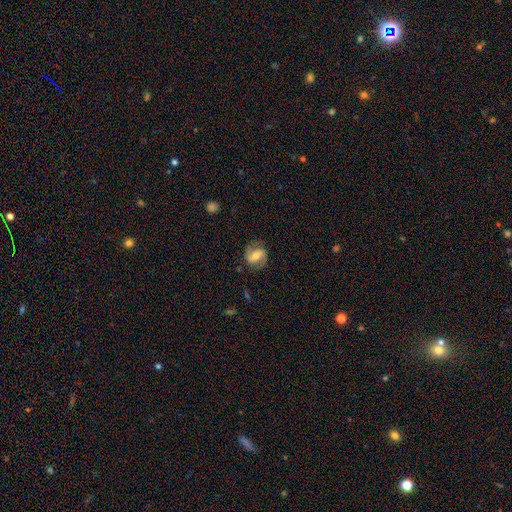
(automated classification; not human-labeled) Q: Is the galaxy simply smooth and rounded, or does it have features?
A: featured or disk — 77%.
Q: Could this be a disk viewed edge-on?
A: no — 97%.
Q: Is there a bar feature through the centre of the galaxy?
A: strong — 41%.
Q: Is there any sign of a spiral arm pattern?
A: yes — 92%.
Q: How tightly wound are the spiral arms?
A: medium — 51%.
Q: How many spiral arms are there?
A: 2 — 91%.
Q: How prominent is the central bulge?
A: moderate — 60%.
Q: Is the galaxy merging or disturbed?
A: none — 82%.